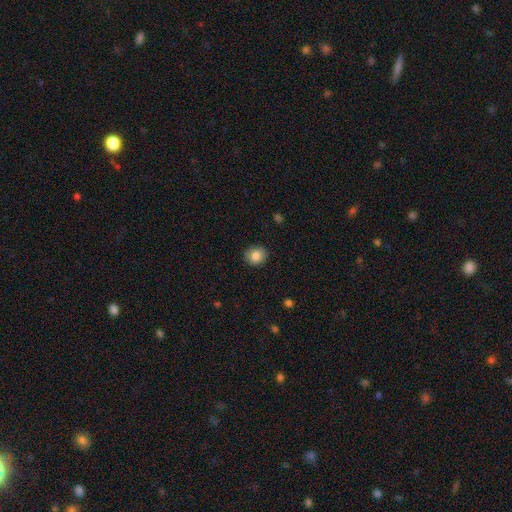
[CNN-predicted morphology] A smooth galaxy with no disk features (85%) that is round (80%).

Vote fractions:
- Smooth or featured? smooth: 85% / star or artifact: 9% / featured or disk: 7%
- How rounded? round: 80% / in between: 20% / cigar-shaped: 1%
- Merging? none: 87% / minor disturbance: 10% / major disturbance: 2% / merger: 1%